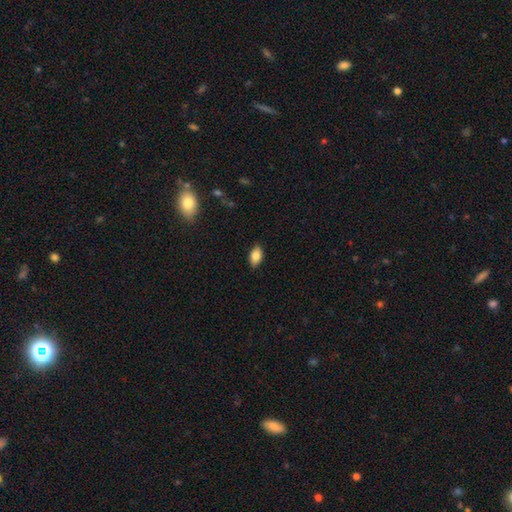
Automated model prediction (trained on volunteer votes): Smooth or featured? Predicted: smooth (p=0.83). How rounded? Predicted: in between (p=0.92). Merging? Predicted: none (p=0.88).